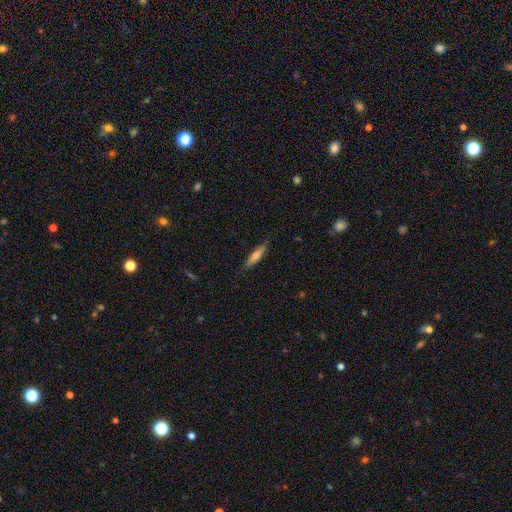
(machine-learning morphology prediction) Smooth or featured? smooth (67%)
How rounded? cigar-shaped (75%)
Merging? none (81%)